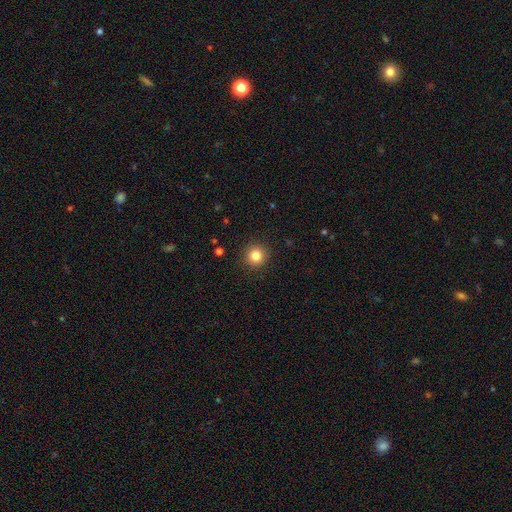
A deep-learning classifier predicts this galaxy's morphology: Smooth or featured? Predicted: smooth (p=0.83). How rounded? Predicted: round (p=0.94). Merging? Predicted: none (p=0.92).